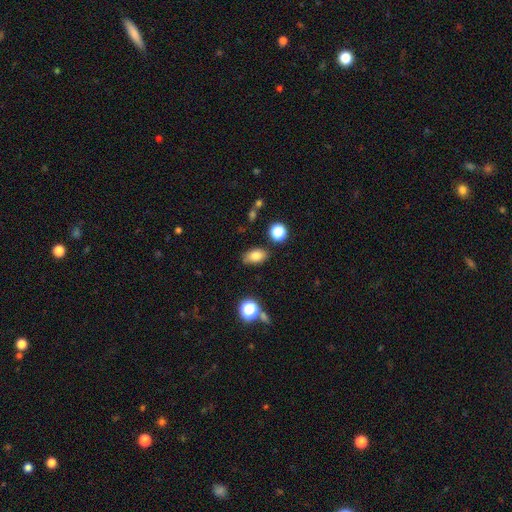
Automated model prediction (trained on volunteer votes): A smooth galaxy with no disk features (80%) that is in between round and cigar-shaped (87%). Merging: none (80%).